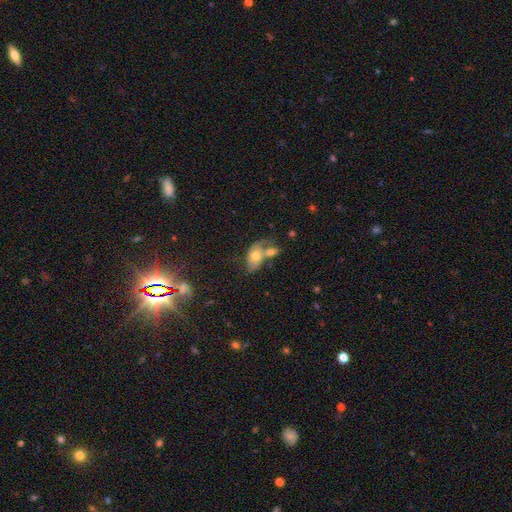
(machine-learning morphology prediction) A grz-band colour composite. It shows a smooth galaxy with no disk features (58%) that is in between round and cigar-shaped (88%). Merging: merger (52%).